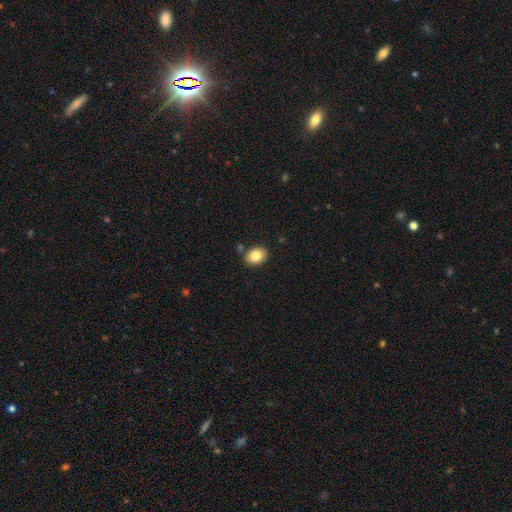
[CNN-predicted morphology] Smooth or featured? Predicted: smooth (p=0.83). How rounded? Predicted: in between (p=0.57). Merging? Predicted: none (p=0.84).